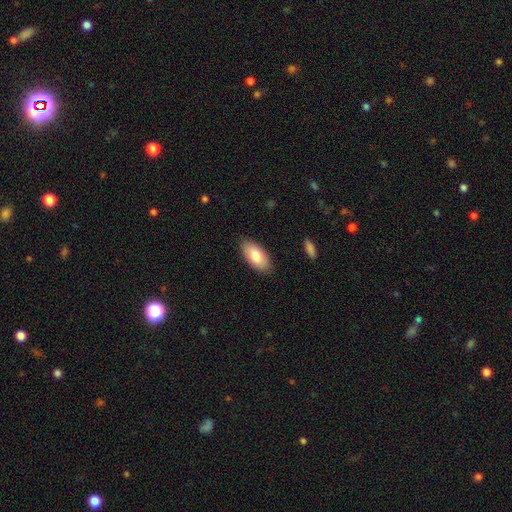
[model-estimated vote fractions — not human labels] smooth-or-featured: smooth: 81% | featured or disk: 14% | star or artifact: 6%
  how-rounded: in between: 93% | cigar-shaped: 5% | round: 2%
  merging: none: 87% | minor disturbance: 10% | major disturbance: 2% | merger: 1%